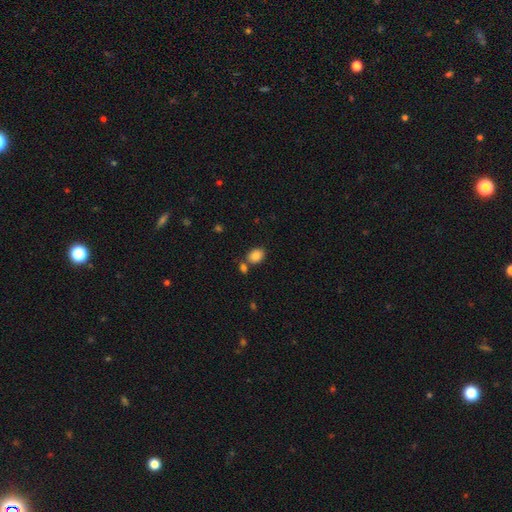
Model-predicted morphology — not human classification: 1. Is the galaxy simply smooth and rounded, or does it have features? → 85% smooth, 9% star or artifact, 6% featured or disk.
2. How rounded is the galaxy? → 66% in between, 33% round, 1% cigar-shaped.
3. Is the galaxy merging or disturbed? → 67% none, 18% merger, 11% minor disturbance, 3% major disturbance.